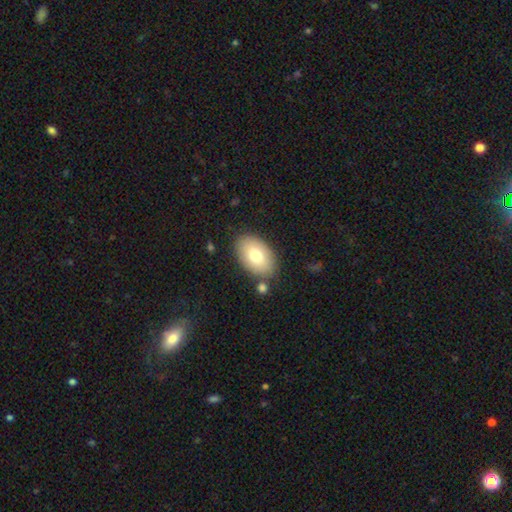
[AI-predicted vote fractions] smooth-or-featured: smooth: 77% | featured or disk: 16% | star or artifact: 7%
  how-rounded: in between: 92% | round: 7% | cigar-shaped: 1%
  merging: none: 81% | minor disturbance: 11% | merger: 4% | major disturbance: 3%